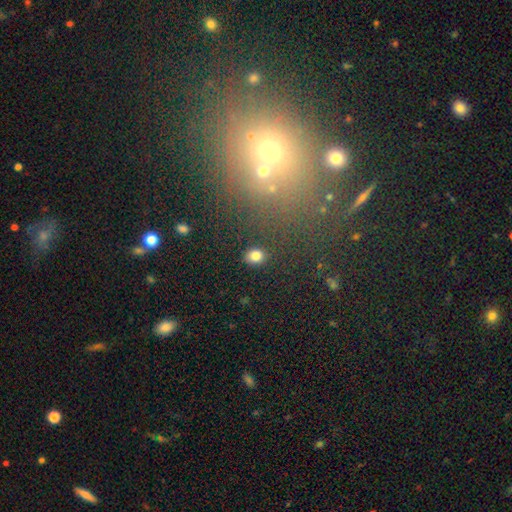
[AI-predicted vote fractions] Smooth or featured?
  - smooth: 81% *
  - star or artifact: 13%
  - featured or disk: 6%
How rounded?
  - round: 59% *
  - in between: 40%
  - cigar-shaped: 1%
Merging?
  - none: 87% *
  - minor disturbance: 8%
  - major disturbance: 3%
  - merger: 2%